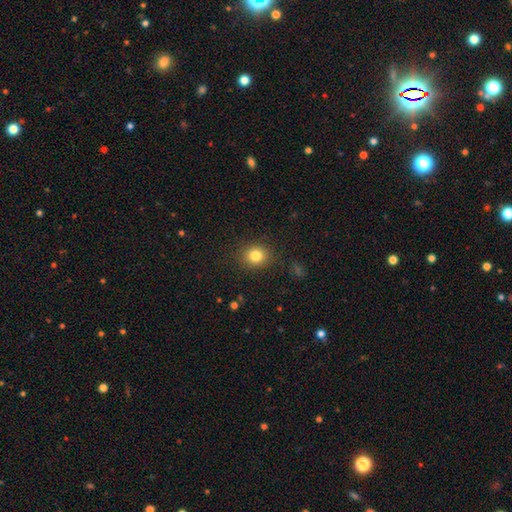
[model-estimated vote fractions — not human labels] This is clearly a smooth galaxy (82%). How rounded: likely round (77%). Merging: clearly none (88%).